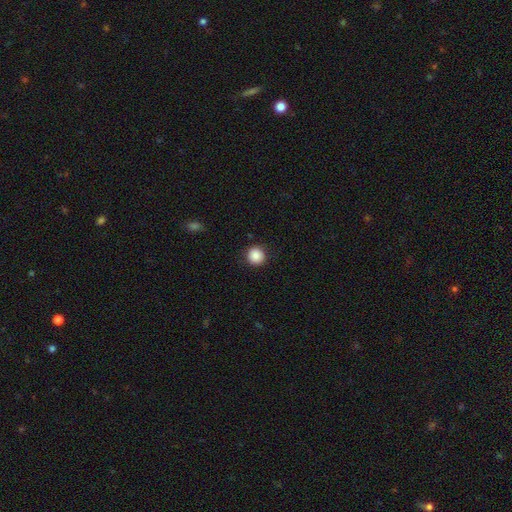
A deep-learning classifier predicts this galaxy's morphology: Smooth or featured? smooth (87%)
How rounded? round (93%)
Merging? none (90%)